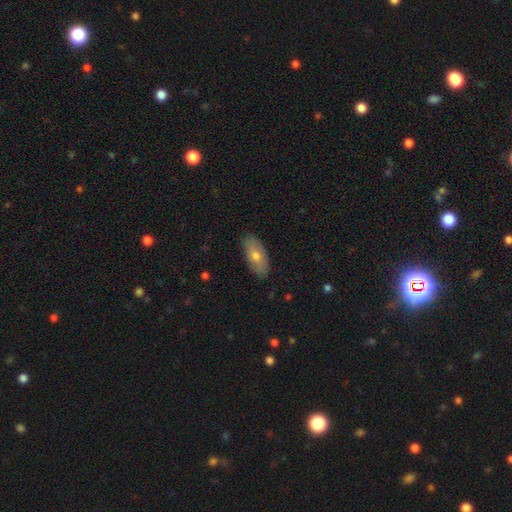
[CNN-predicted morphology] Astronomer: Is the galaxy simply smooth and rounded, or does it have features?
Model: smooth — 66%.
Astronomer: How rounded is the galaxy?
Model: in between — 88%.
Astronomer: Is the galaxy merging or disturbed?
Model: none — 87%.